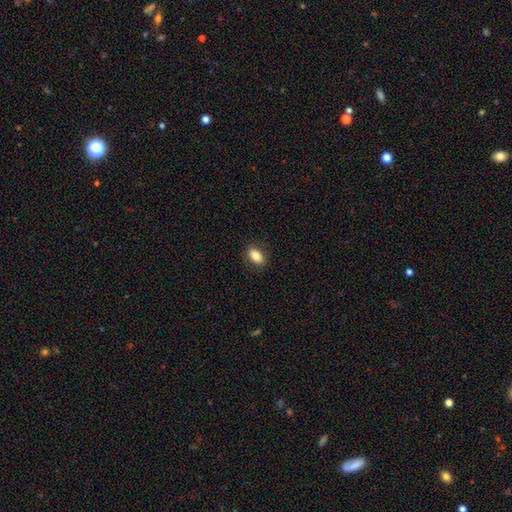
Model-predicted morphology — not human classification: Smooth or featured? Predicted: smooth (p=0.85). How rounded? Predicted: in between (p=0.88). Merging? Predicted: none (p=0.87).